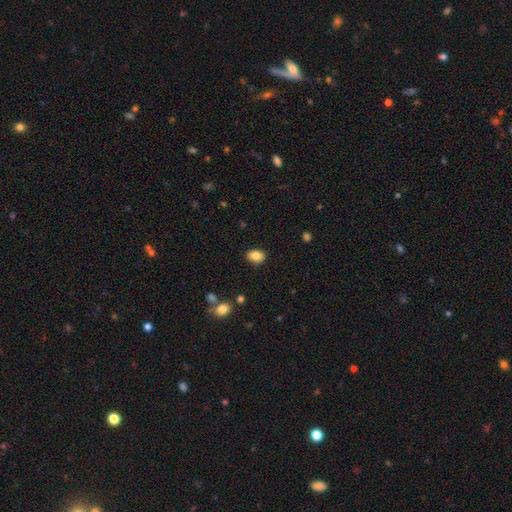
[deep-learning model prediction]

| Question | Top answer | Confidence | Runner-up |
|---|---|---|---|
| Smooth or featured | smooth | 84% | star or artifact (9%) |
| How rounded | in between | 72% | round (27%) |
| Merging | none | 87% | minor disturbance (9%) |